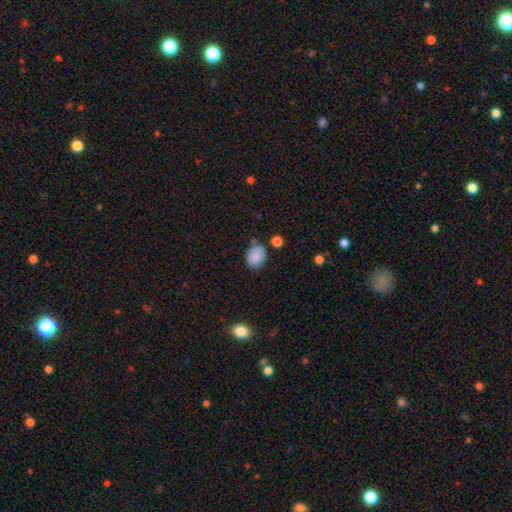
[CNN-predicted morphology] type=smooth (87%); roundness=in between (57%); merging=none (71%).